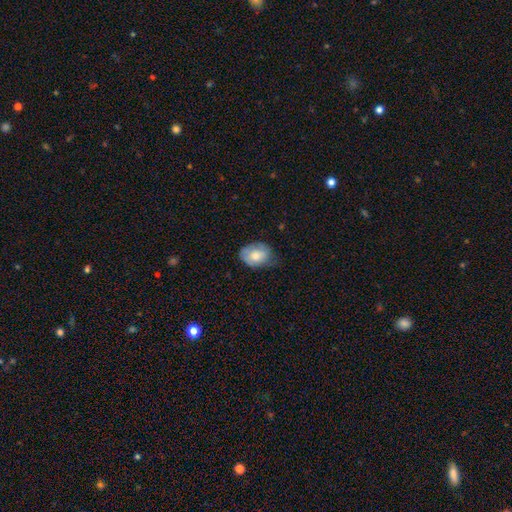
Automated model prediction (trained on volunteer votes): Smooth or featured: smooth — 66% (featured or disk — 27%)
How rounded: in between — 71% (round — 28%)
Merging: none — 52% (minor disturbance — 36%)